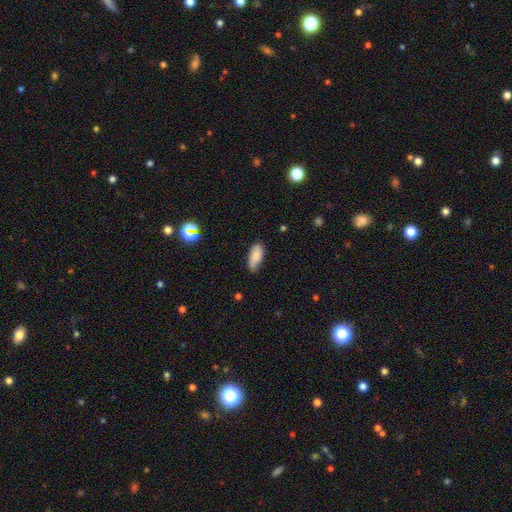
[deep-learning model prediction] A smooth galaxy with no disk features (81%) that is in between round and cigar-shaped (85%). Merging: none (56%).